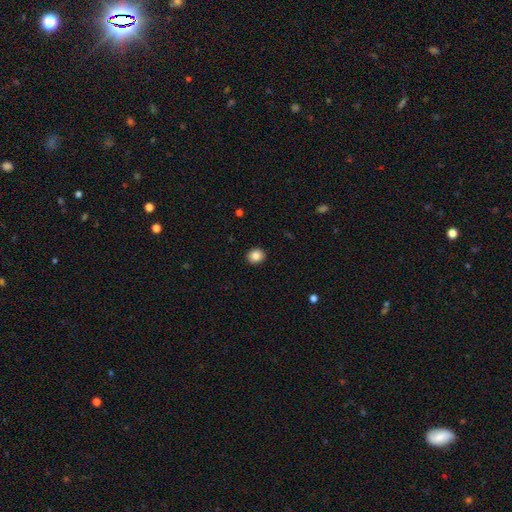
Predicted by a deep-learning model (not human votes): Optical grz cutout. It shows a smooth galaxy with no disk features (85%) that is round (74%). Merging: none (92%).